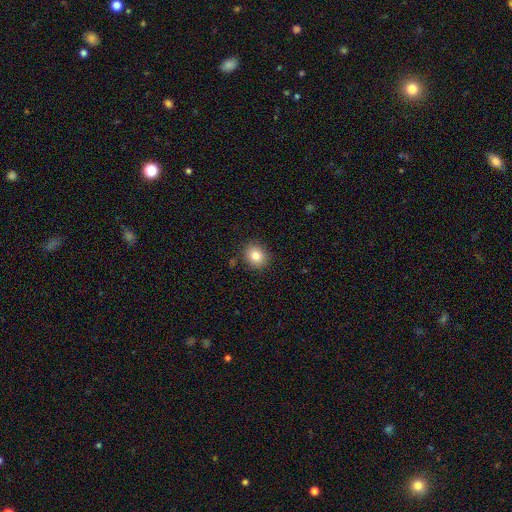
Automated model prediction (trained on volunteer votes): Smooth or featured: smooth — 82% (star or artifact — 10%)
How rounded: round — 72% (in between — 28%)
Merging: none — 87% (minor disturbance — 9%)